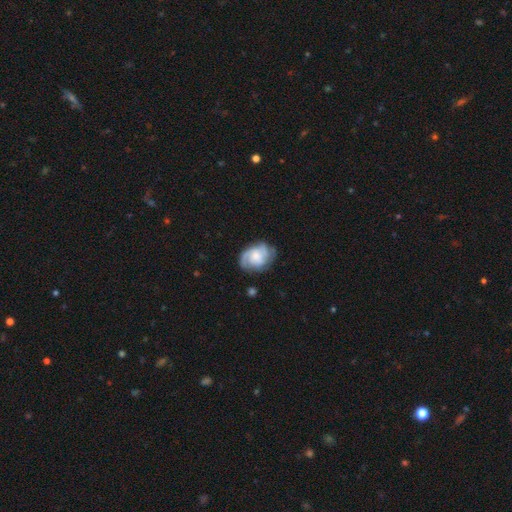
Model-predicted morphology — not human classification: smooth_or_featured: featured or disk (p=0.73) [alt: smooth p=0.21]
disk_edge_on: no (p=0.98) [alt: yes p=0.02]
bar: no (p=0.65) [alt: weak p=0.30]
has_spiral_arms: yes (p=0.94) [alt: no p=0.06]
spiral_winding: medium (p=0.42) [tied with: tight p=0.42]
spiral_arm_count: 2 (p=0.35) [alt: 3 p=0.29]
bulge_size: small (p=0.50) [alt: moderate p=0.37]
merging: none (p=0.68) [alt: minor disturbance p=0.21]